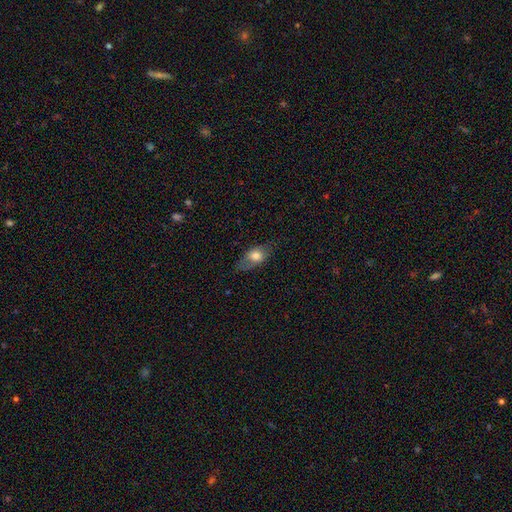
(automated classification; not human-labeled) The model was most divided on "smooth or featured": smooth: 64%, featured or disk: 29%, star or artifact: 8%. More confident: how rounded — in between (77%); merging — none (67%).